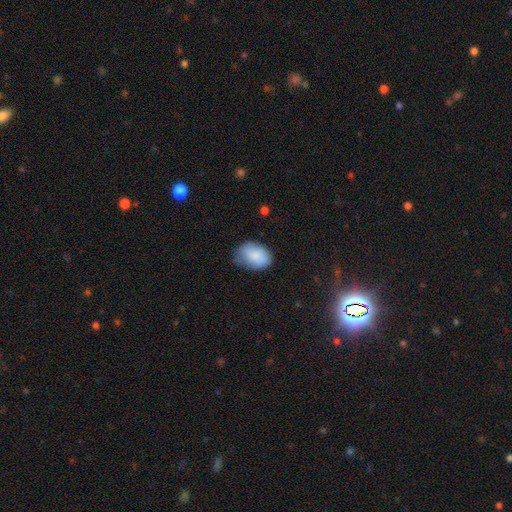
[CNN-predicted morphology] type=smooth (86%); roundness=in between (83%); merging=none (54%).